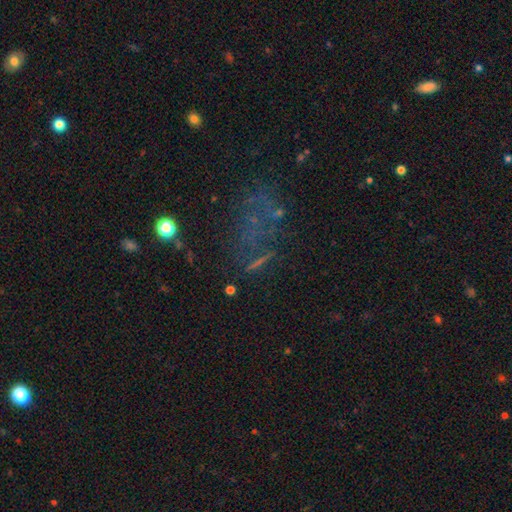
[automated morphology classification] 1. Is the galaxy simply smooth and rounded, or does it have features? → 40% star or artifact, 34% featured or disk, 25% smooth.